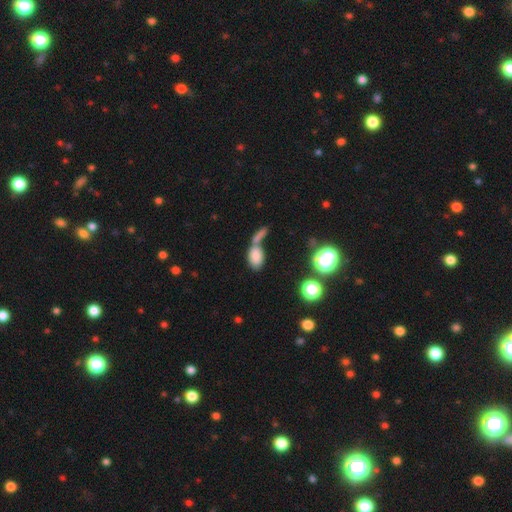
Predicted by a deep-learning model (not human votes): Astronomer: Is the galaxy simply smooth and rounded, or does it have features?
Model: smooth — 78%.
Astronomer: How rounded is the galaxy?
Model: in between — 87%.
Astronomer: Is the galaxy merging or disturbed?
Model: merger — 47% (runner-up: none, 36%).